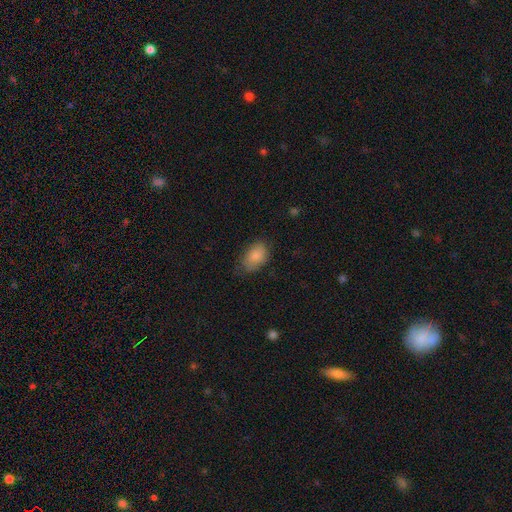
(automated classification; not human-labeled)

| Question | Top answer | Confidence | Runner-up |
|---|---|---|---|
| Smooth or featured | smooth | 85% | featured or disk (8%) |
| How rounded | in between | 86% | round (12%) |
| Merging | none | 68% | minor disturbance (24%) |